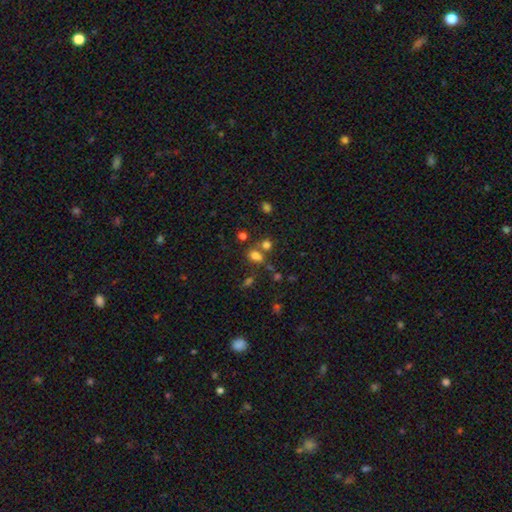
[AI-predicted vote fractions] Smooth or featured? smooth (70%)
How rounded? in between (62%)
Merging? none (53%)